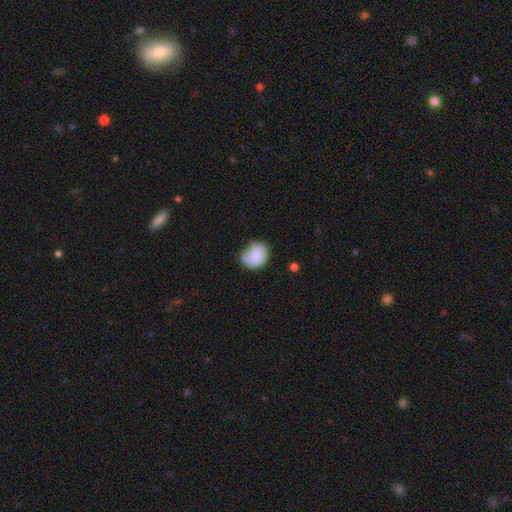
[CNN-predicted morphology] Smooth or featured: smooth — 72% (featured or disk — 20%)
How rounded: round — 57% (in between — 42%)
Merging: none — 53% (minor disturbance — 33%)